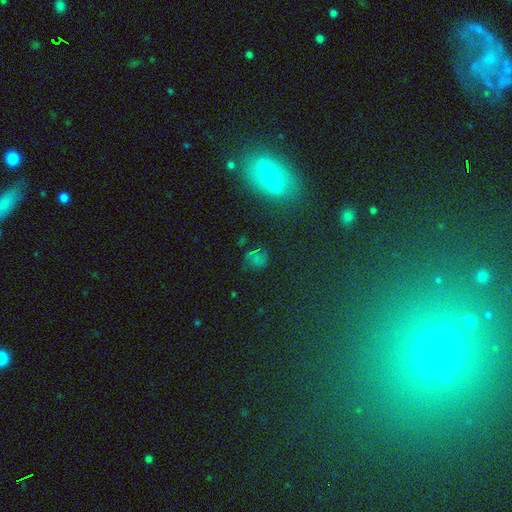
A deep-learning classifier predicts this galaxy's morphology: Q: Smooth or featured?
A: smooth (45%); runner-up: star or artifact (38%)
Q: Merging?
A: none (65%); runner-up: minor disturbance (18%)